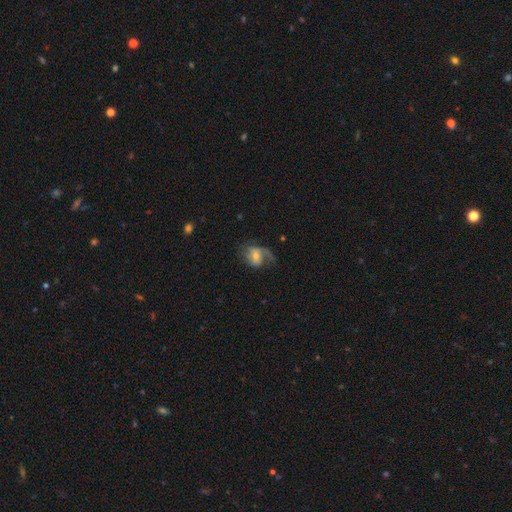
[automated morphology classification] Smooth or featured? Predicted: featured or disk (p=0.63). Edge-on disk? Predicted: no (p=0.96). Bar? Predicted: no (p=0.47). Spiral arms? Predicted: yes (p=0.85). Spiral winding? Predicted: loose (p=0.42). Spiral arm count? Predicted: 2 (p=0.46). Bulge size? Predicted: moderate (p=0.49). Merging? Predicted: none (p=0.45).